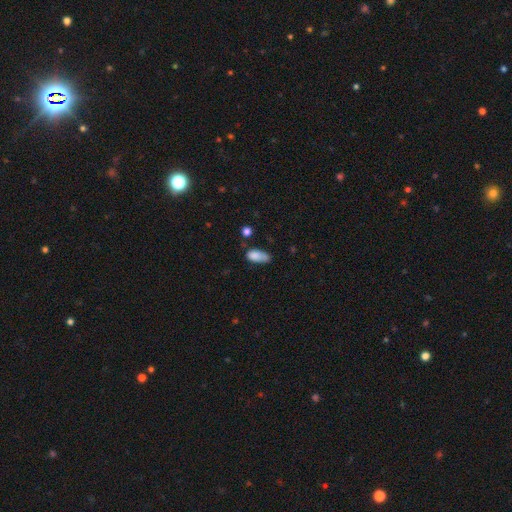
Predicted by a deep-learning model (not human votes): Smooth or featured: smooth — 83% (featured or disk — 9%)
How rounded: in between — 88% (cigar-shaped — 8%)
Merging: none — 43% (minor disturbance — 37%)